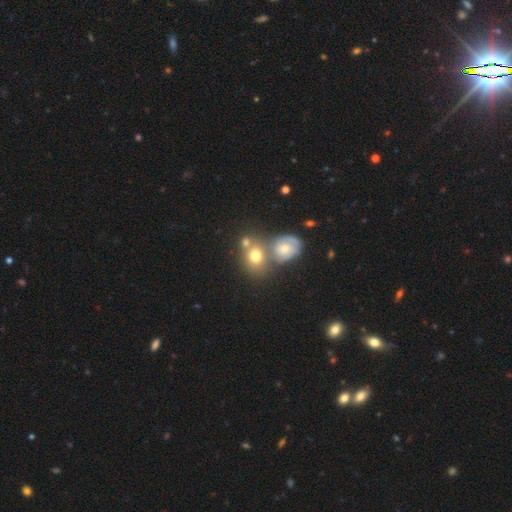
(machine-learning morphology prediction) This is likely a smooth galaxy (67%). How rounded: possibly round (55%). Merging: possibly merger (48%).